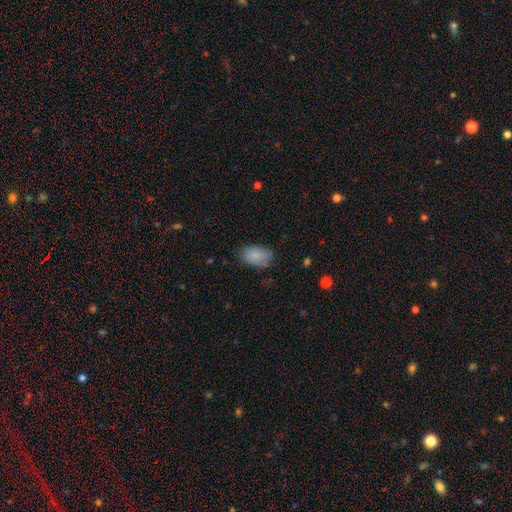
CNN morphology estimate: smooth_or_featured: smooth (p=0.86) [alt: star or artifact p=0.07]
how_rounded: in between (p=0.88) [alt: round p=0.11]
merging: none (p=0.74) [alt: minor disturbance p=0.20]